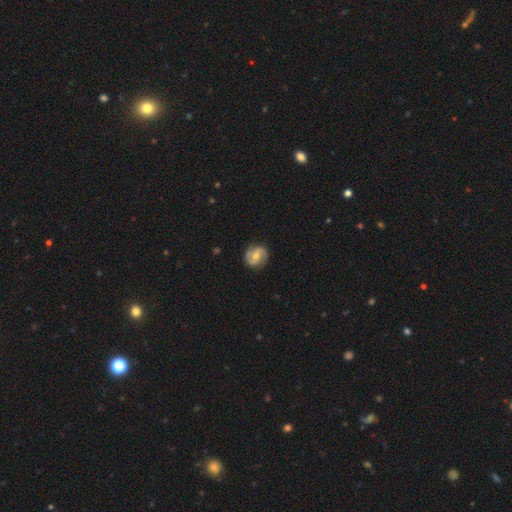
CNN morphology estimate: This appears to be a featured or disk galaxy (67%) with a weak bar (45%), 2 (88%) medium (46%) spiral arms (87%) and a moderate central bulge (65%). Merging: none (85%).